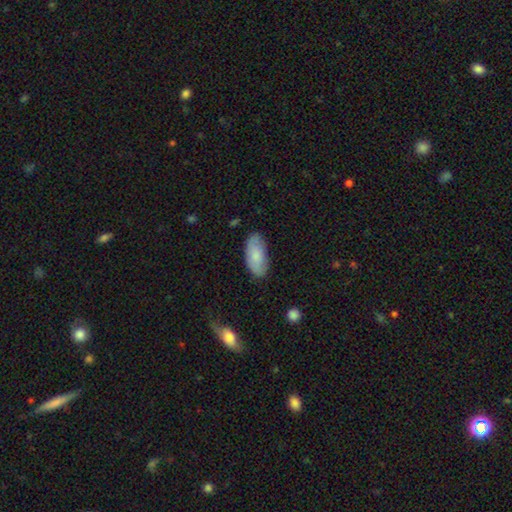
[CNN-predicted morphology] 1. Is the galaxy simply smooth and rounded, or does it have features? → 79% smooth, 16% featured or disk, 6% star or artifact.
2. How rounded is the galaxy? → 92% in between, 6% cigar-shaped, 2% round.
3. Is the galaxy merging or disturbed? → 77% none, 18% minor disturbance, 3% major disturbance, 1% merger.